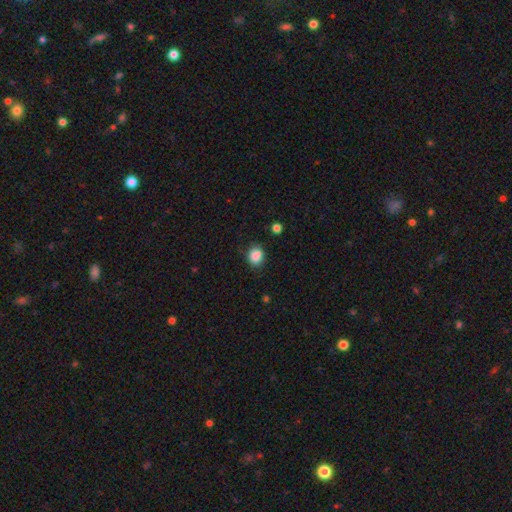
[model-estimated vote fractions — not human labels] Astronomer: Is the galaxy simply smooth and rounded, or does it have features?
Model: smooth — 86%.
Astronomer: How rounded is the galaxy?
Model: round — 61% (runner-up: in between, 38%).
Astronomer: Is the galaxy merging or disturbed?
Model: none — 76%.